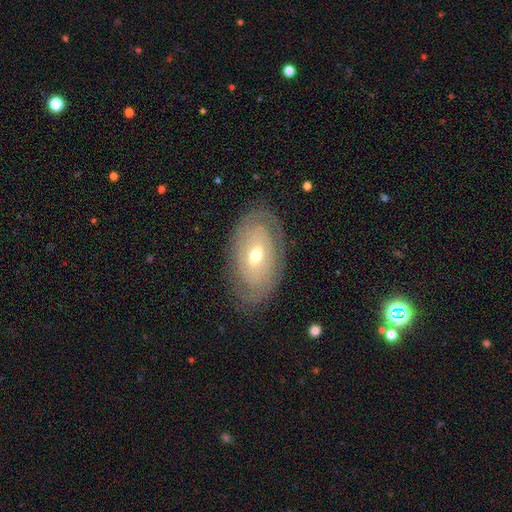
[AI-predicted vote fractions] smooth_or_featured: featured or disk (p=0.65) [alt: smooth p=0.29]
disk_edge_on: no (p=0.91) [alt: yes p=0.09]
bar: no (p=0.60) [alt: weak p=0.30]
has_spiral_arms: yes (p=0.62) [alt: no p=0.38]
bulge_size: moderate (p=0.60) [alt: small p=0.34]
merging: none (p=0.81) [alt: minor disturbance p=0.13]